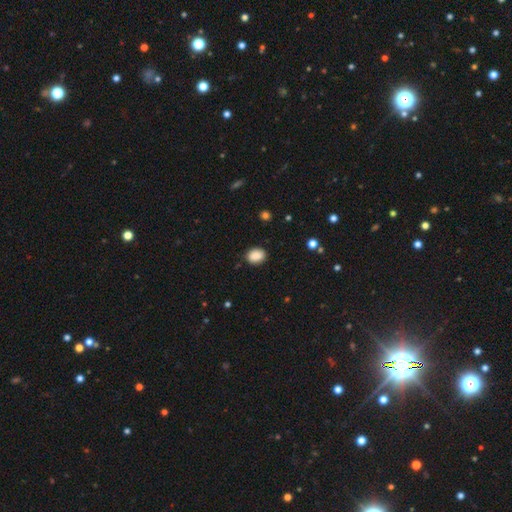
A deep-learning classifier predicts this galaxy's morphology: The model was most divided on "how rounded": in between: 63%, round: 36%, cigar-shaped: 1%. More confident: smooth or featured — smooth (89%); merging — none (87%).